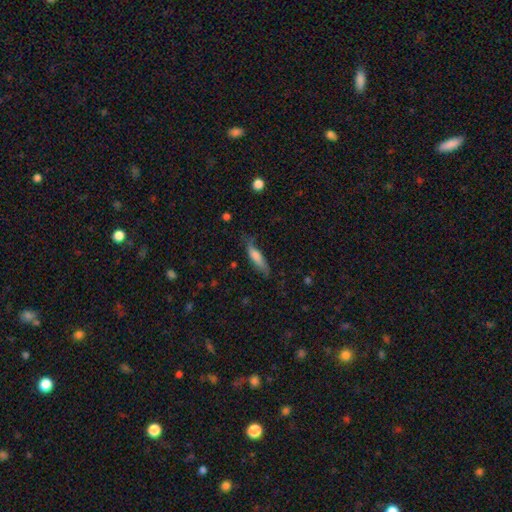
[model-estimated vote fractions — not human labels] A smooth galaxy with no disk features (71%) that is cigar-shaped (68%). Merging: none (65%).